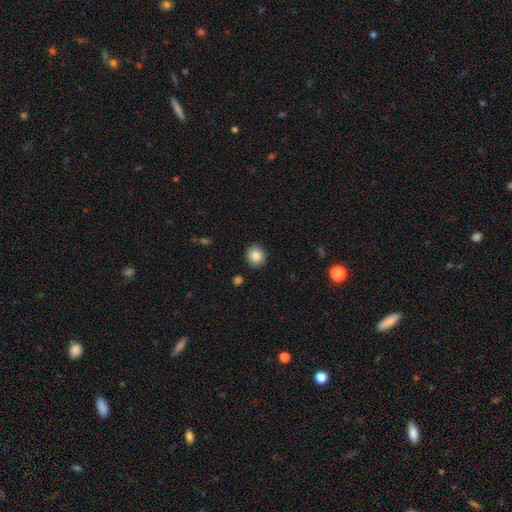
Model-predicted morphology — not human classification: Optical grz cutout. It shows a smooth galaxy with no disk features (86%) that is round (91%). Merging: none (89%).